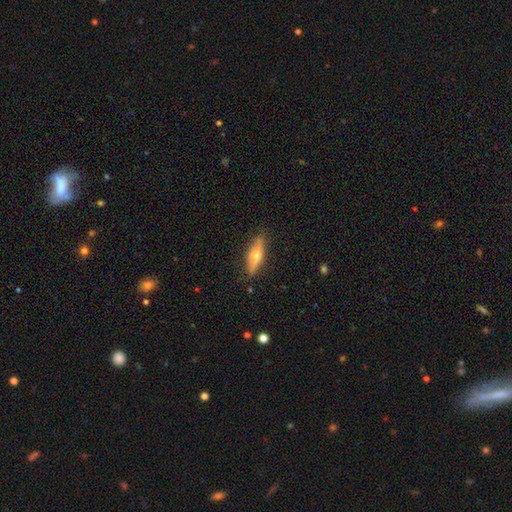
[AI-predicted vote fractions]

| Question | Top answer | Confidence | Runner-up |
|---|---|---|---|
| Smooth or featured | featured or disk | 49% | smooth (45%) |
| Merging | none | 86% | minor disturbance (11%) |